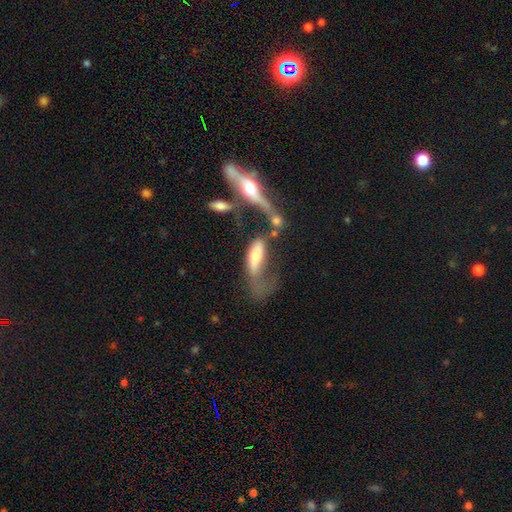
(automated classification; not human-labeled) Smooth or featured: featured or disk — 52% (smooth — 39%)
Edge-on disk: yes — 51% (no — 49%)
Merging: merger — 35% (major disturbance — 33%)